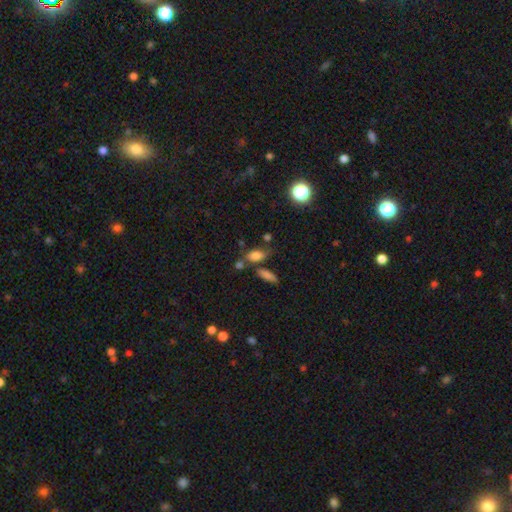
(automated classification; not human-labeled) This appears to be a smooth galaxy with no disk features (78%) that is in between round and cigar-shaped (82%). Merging: none (59%).